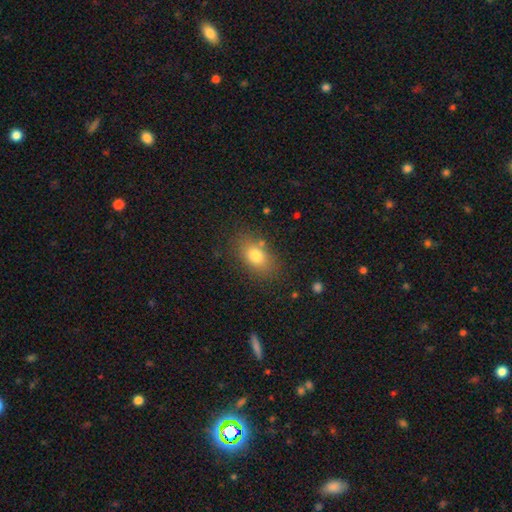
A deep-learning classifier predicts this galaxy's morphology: The model was most divided on "how rounded": in between: 81%, round: 16%, cigar-shaped: 3%. More confident: merging — none (80%); smooth or featured — smooth (78%).